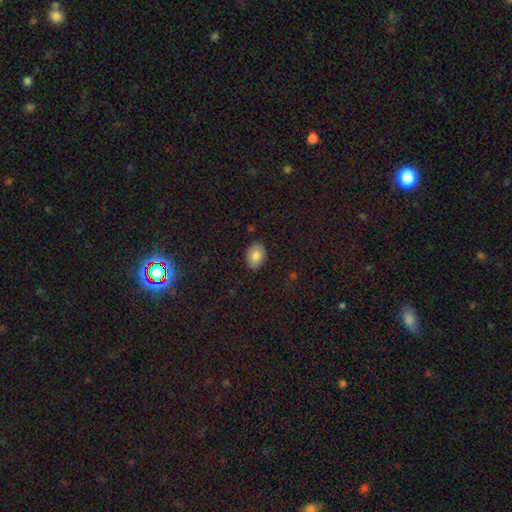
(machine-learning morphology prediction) This is clearly a smooth galaxy (83%). How rounded: likely in between (73%). Merging: clearly none (86%).